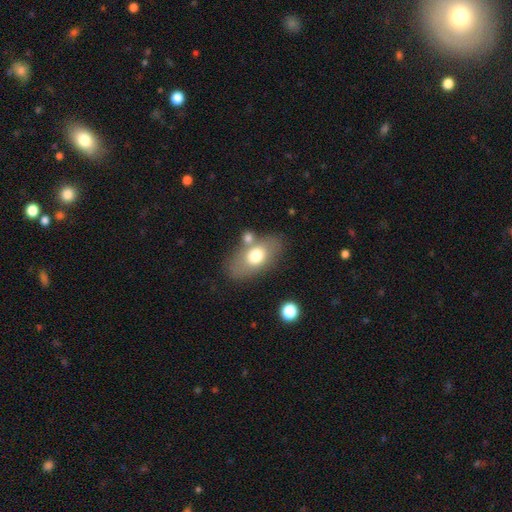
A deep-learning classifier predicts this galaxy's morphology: This is likely a smooth galaxy (68%). How rounded: clearly in between (87%). Merging: likely none (61%).